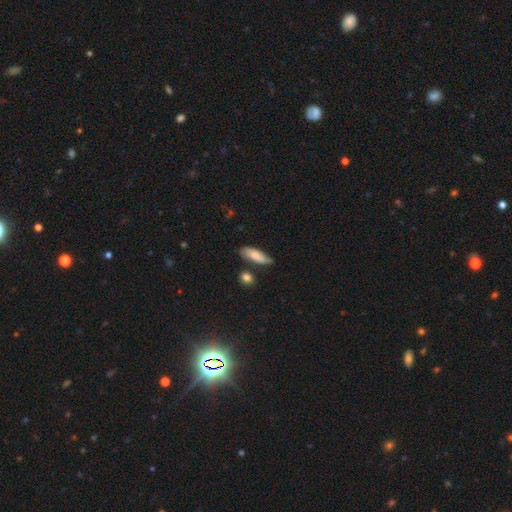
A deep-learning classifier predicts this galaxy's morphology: This appears to be a smooth galaxy with no disk features (72%) that is in between round and cigar-shaped (63%). Merging: none (60%).